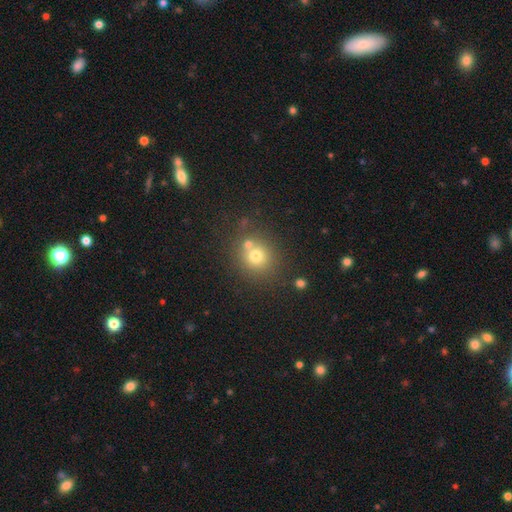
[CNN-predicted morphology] Smooth or featured: smooth — 71% (star or artifact — 16%)
How rounded: round — 85% (in between — 14%)
Merging: none — 62% (merger — 25%)